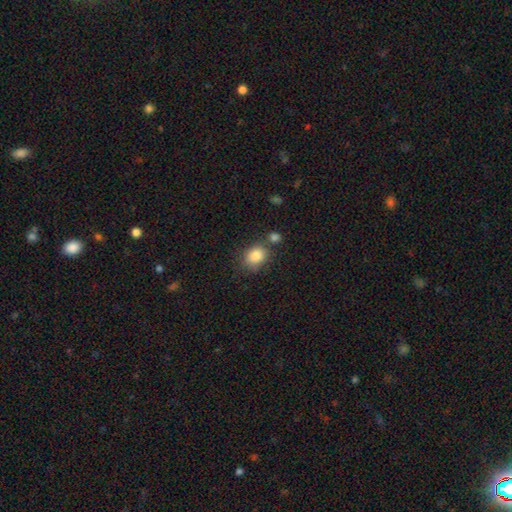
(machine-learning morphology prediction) A smooth galaxy with no disk features (84%) that is in between round and cigar-shaped (54%). Merging: none (66%).